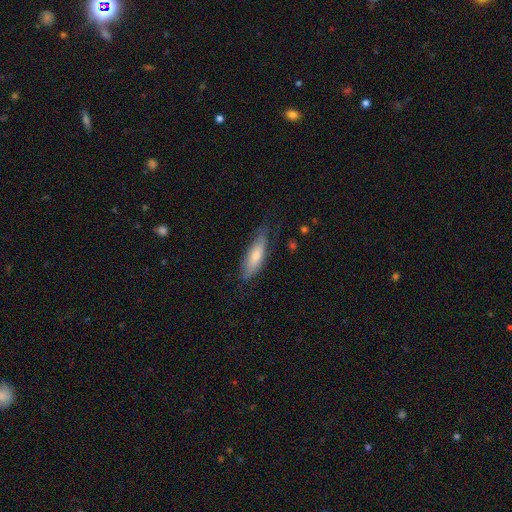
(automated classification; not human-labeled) smooth_or_featured: smooth (p=0.71) [alt: featured or disk p=0.24]
how_rounded: cigar-shaped (p=0.51) [alt: in between p=0.47]
merging: none (p=0.67) [alt: minor disturbance p=0.25]